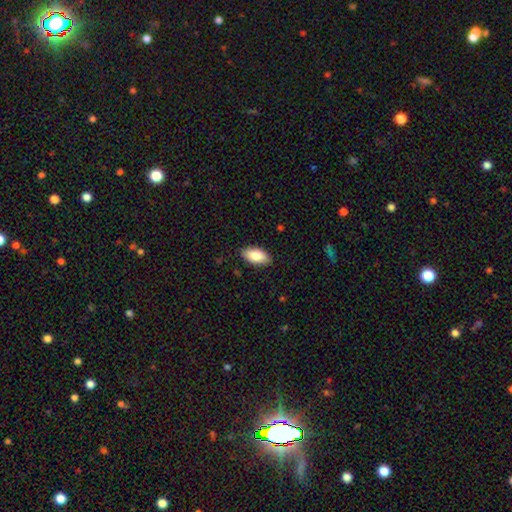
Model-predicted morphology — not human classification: smooth 86%, featured or disk 8%, star or artifact 6%. Down the decision tree: how rounded — in between (93%); merging — none (87%).